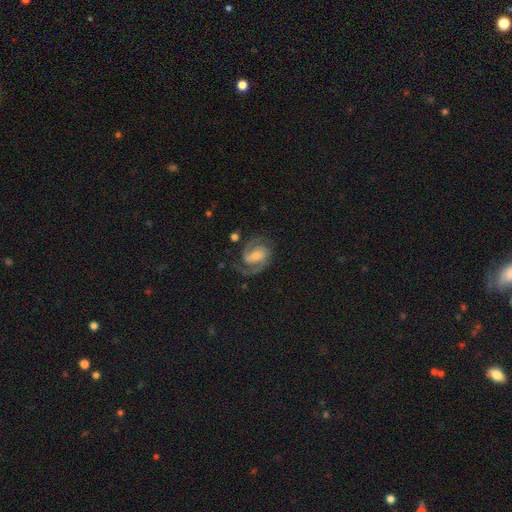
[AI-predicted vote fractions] Smooth or featured? Predicted: featured or disk (p=0.88). Edge-on disk? Predicted: no (p=0.98). Bar? Predicted: weak (p=0.43). Spiral arms? Predicted: yes (p=0.98). Spiral winding? Predicted: medium (p=0.55). Spiral arm count? Predicted: 2 (p=0.90). Bulge size? Predicted: small (p=0.49). Merging? Predicted: none (p=0.73).